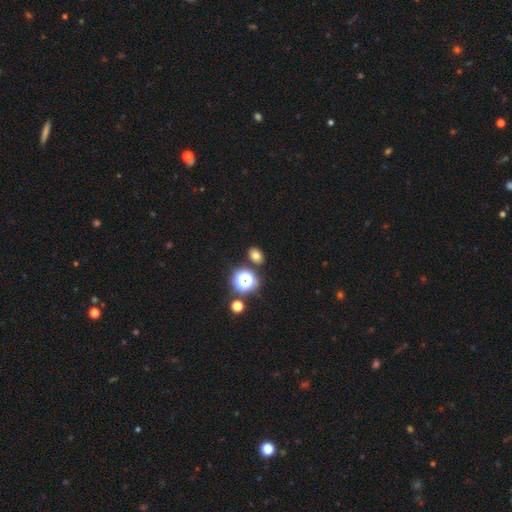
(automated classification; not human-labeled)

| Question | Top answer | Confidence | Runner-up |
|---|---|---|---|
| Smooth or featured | smooth | 70% | star or artifact (21%) |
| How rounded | in between | 60% | round (39%) |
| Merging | none | 84% | minor disturbance (9%) |